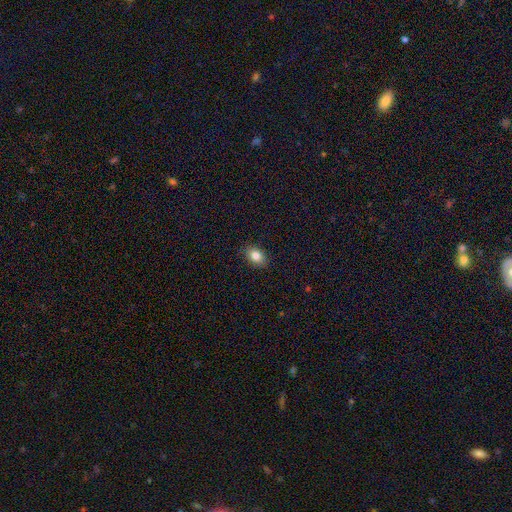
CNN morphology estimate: smooth-or-featured: smooth: 84% | star or artifact: 9% | featured or disk: 8%
  how-rounded: in between: 78% | round: 21% | cigar-shaped: 1%
  merging: none: 88% | minor disturbance: 9% | major disturbance: 2% | merger: 1%